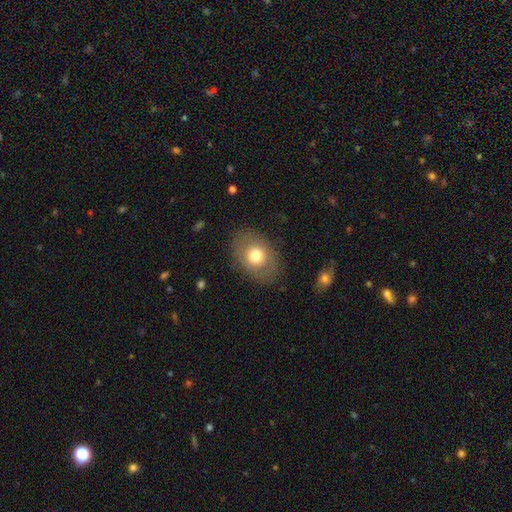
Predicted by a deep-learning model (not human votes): Smooth or featured?
  - smooth: 71% *
  - featured or disk: 21%
  - star or artifact: 8%
How rounded?
  - in between: 68% *
  - round: 31%
  - cigar-shaped: 1%
Merging?
  - none: 84% *
  - minor disturbance: 10%
  - major disturbance: 4%
  - merger: 1%